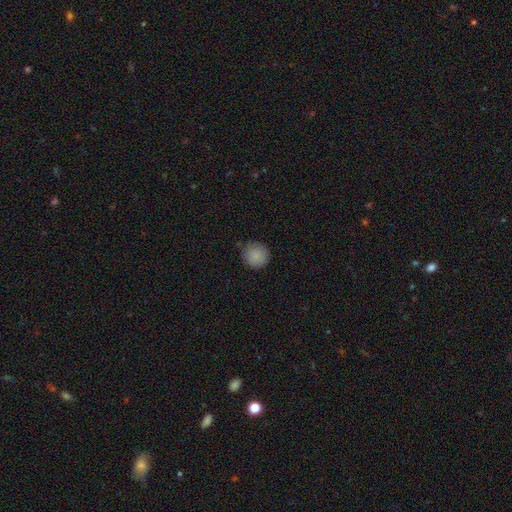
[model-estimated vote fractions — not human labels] The model was most divided on "merging": none: 83%, minor disturbance: 13%, major disturbance: 3%, merger: 1%. More confident: how rounded — round (94%); smooth or featured — smooth (86%).